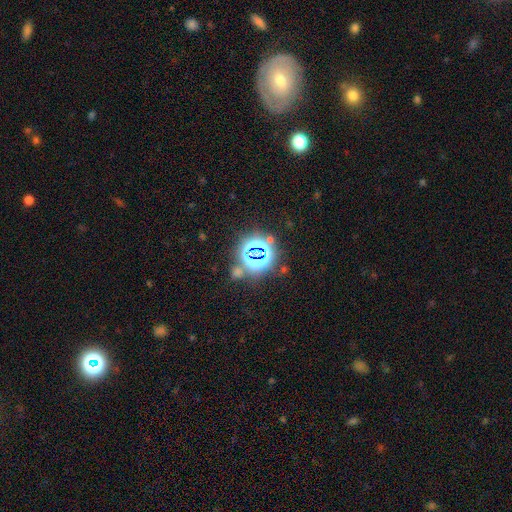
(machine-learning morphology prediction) Smooth or featured? Predicted: star or artifact (p=0.71).